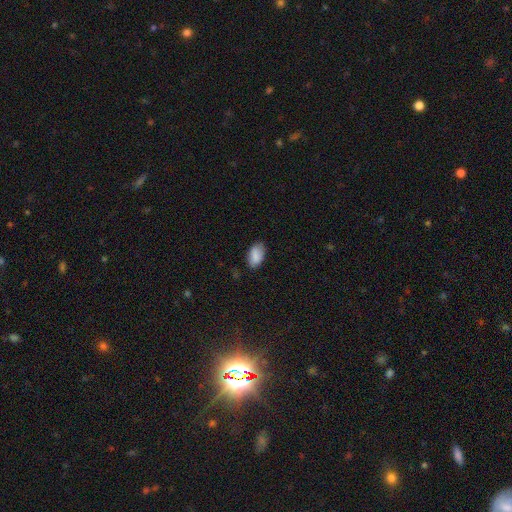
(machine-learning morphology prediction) Smooth or featured? smooth (87%)
How rounded? in between (93%)
Merging? none (77%)